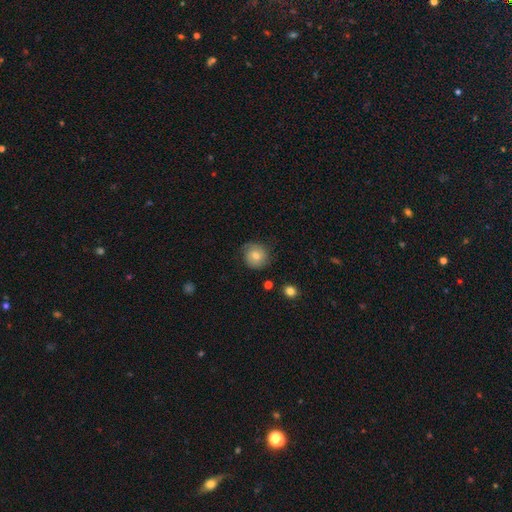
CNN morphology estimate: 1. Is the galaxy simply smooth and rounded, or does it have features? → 64% smooth, 27% featured or disk, 9% star or artifact.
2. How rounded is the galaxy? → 88% round, 11% in between, 1% cigar-shaped.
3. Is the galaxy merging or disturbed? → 72% none, 20% minor disturbance, 6% major disturbance, 2% merger.